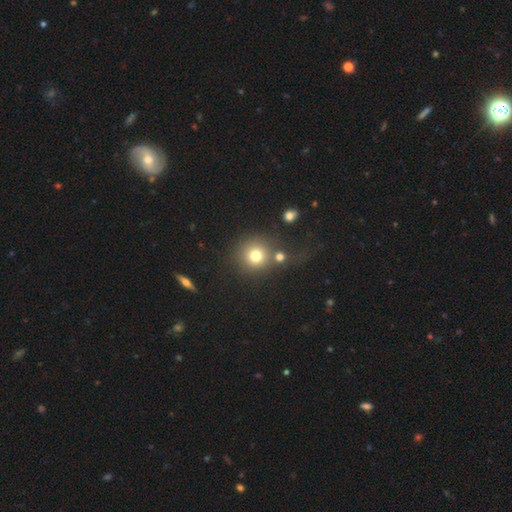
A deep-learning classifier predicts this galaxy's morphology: Smooth or featured? smooth (75%)
How rounded? round (93%)
Merging? none (66%)